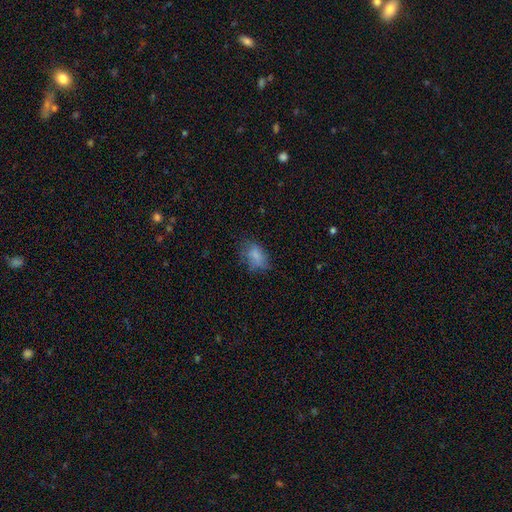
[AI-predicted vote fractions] Smooth or featured? smooth (75%)
How rounded? in between (84%)
Merging? none (55%)